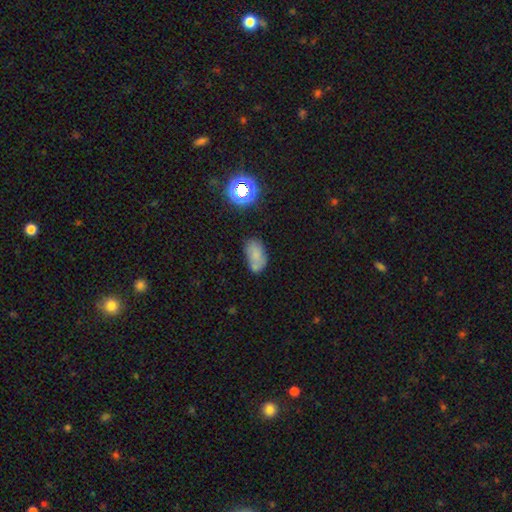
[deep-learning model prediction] Smooth or featured? Predicted: smooth (p=0.69). How rounded? Predicted: in between (p=0.90). Merging? Predicted: none (p=0.51).